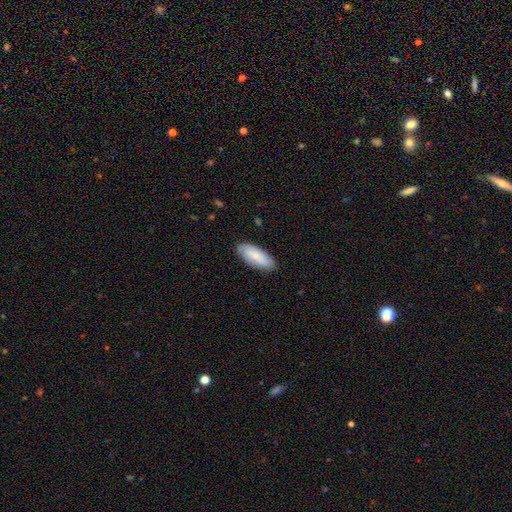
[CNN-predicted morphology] smooth_or_featured: smooth (p=0.77) [alt: featured or disk p=0.17]
how_rounded: in between (p=0.78) [alt: cigar-shaped p=0.20]
merging: none (p=0.85) [alt: minor disturbance p=0.12]